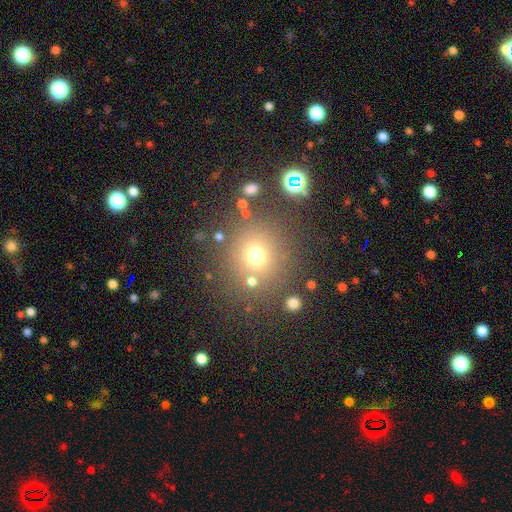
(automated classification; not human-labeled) Smooth or featured?
  - smooth: 68% *
  - star or artifact: 22%
  - featured or disk: 10%
How rounded?
  - round: 90% *
  - in between: 9%
  - cigar-shaped: 1%
Merging?
  - none: 79% *
  - minor disturbance: 9%
  - merger: 7%
  - major disturbance: 5%